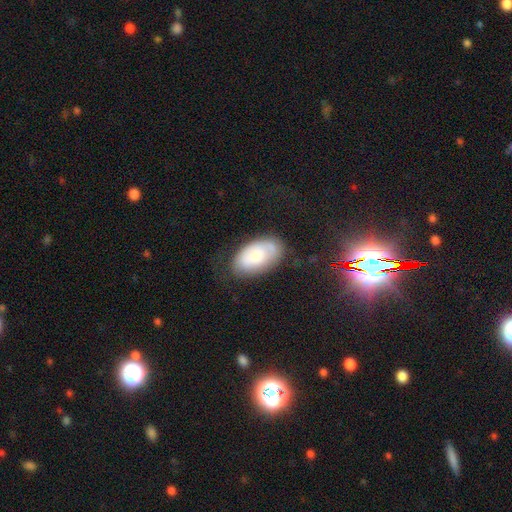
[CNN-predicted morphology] Q: Smooth or featured?
A: smooth (65%); runner-up: featured or disk (27%)
Q: How rounded?
A: in between (94%); runner-up: round (4%)
Q: Merging?
A: none (65%); runner-up: minor disturbance (23%)